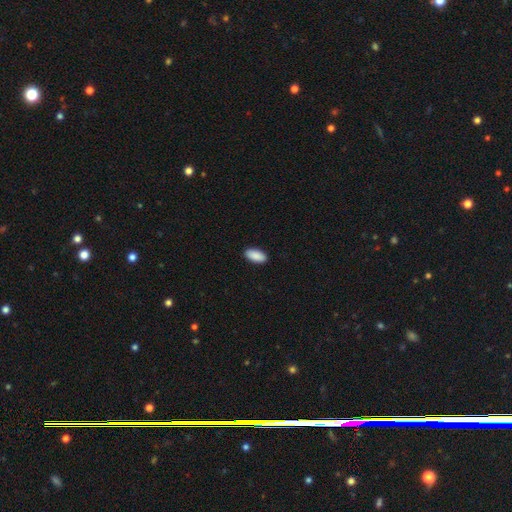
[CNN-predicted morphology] Overall: smooth (91%). How rounded: in between (92%). Merging: none (91%).